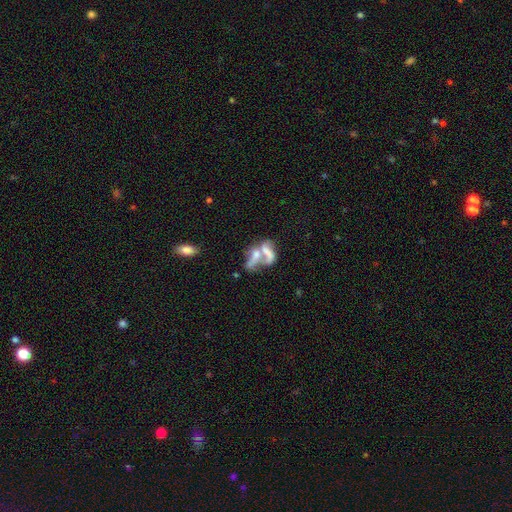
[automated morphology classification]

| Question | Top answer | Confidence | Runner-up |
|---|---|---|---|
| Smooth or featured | featured or disk | 47% | smooth (41%) |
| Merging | merger | 67% | none (14%) |